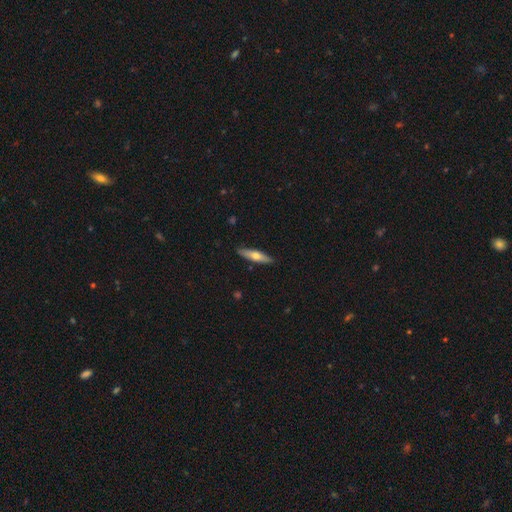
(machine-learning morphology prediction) A smooth galaxy with no disk features (52%) that is cigar-shaped (75%).

Vote fractions:
- Smooth or featured? smooth: 52% / featured or disk: 42% / star or artifact: 6%
- How rounded? cigar-shaped: 75% / in between: 23% / round: 2%
- Merging? none: 88% / minor disturbance: 9% / major disturbance: 2% / merger: 1%